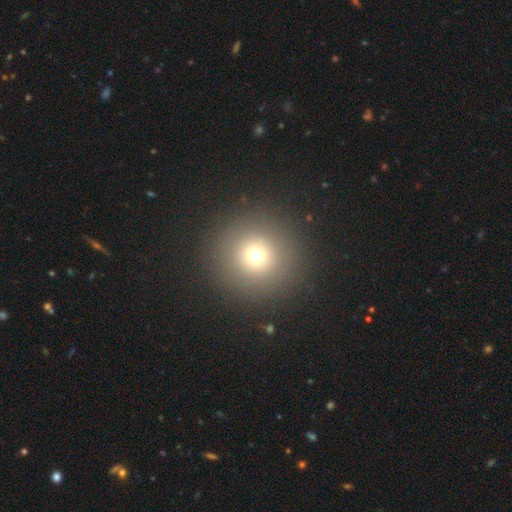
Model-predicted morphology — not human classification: Smooth or featured: smooth — 70% (star or artifact — 19%)
How rounded: round — 95% (in between — 4%)
Merging: none — 90% (minor disturbance — 5%)